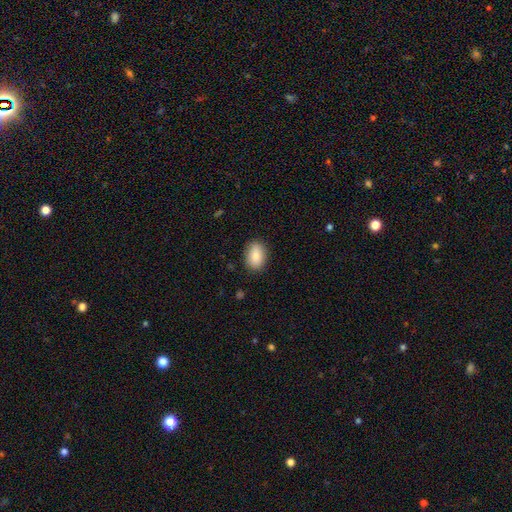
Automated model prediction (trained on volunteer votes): This is clearly a smooth galaxy (86%). How rounded: clearly in between (85%). Merging: clearly none (86%).